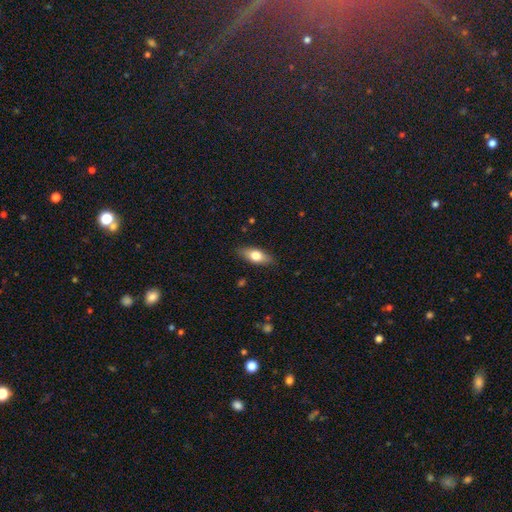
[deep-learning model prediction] Overall: smooth (70%). How rounded: in between (80%). Merging: none (86%).